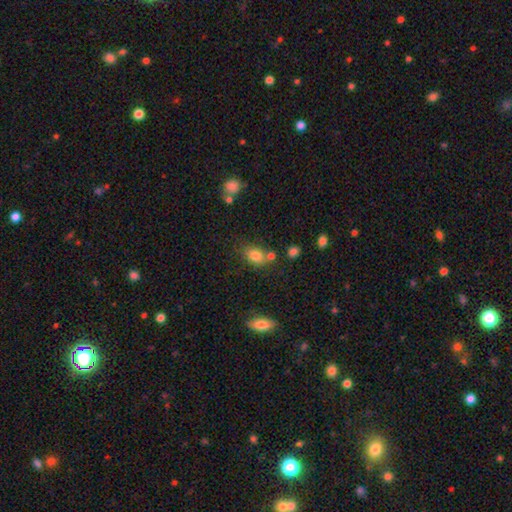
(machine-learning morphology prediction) Smooth or featured?
  - smooth: 80% *
  - star or artifact: 11%
  - featured or disk: 9%
How rounded?
  - in between: 72% *
  - round: 26%
  - cigar-shaped: 2%
Merging?
  - none: 63% *
  - minor disturbance: 16%
  - merger: 15%
  - major disturbance: 5%